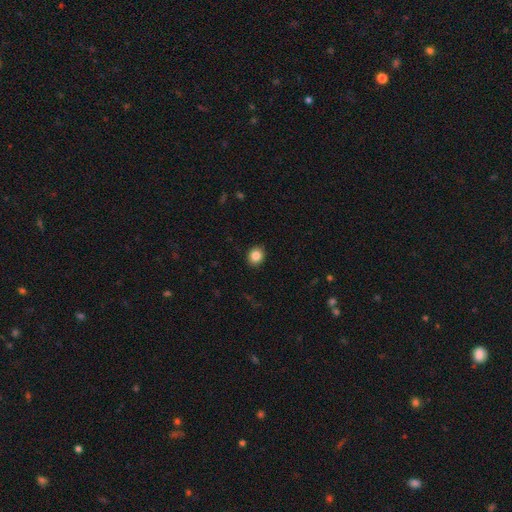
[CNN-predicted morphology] Smooth or featured? Predicted: smooth (p=0.86). How rounded? Predicted: round (p=0.66). Merging? Predicted: none (p=0.91).